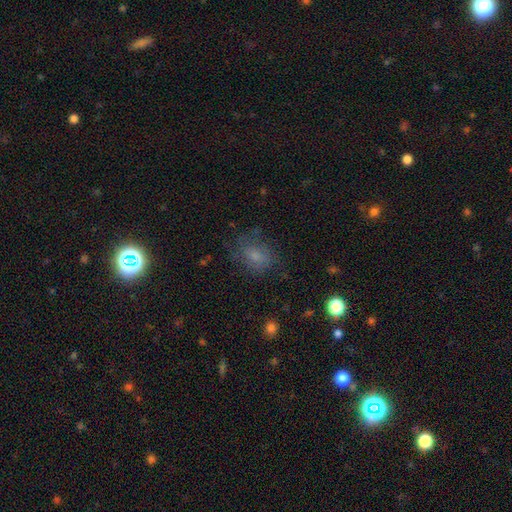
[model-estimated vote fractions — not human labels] smooth 62%, featured or disk 22%, star or artifact 16%. Down the decision tree: how rounded — in between (55%); merging — none (62%).